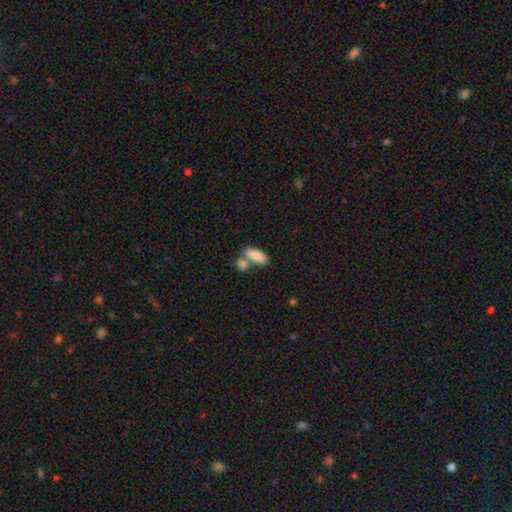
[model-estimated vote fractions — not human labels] Q: Smooth or featured?
A: smooth (86%); runner-up: featured or disk (8%)
Q: How rounded?
A: in between (78%); runner-up: cigar-shaped (19%)
Q: Merging?
A: merger (46%); runner-up: none (41%)